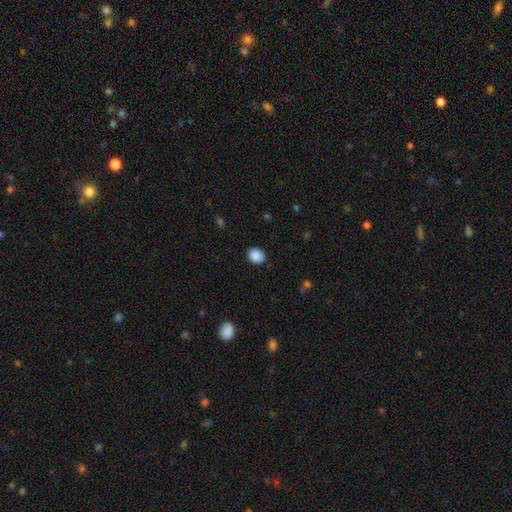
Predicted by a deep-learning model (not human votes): Morphology: type=smooth (89%); roundness=round (65%); merging=none (88%).